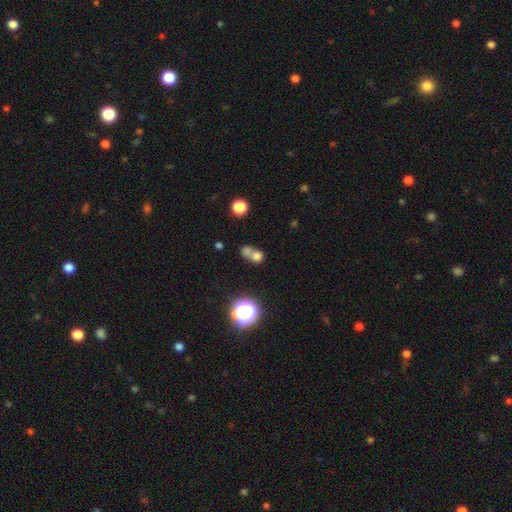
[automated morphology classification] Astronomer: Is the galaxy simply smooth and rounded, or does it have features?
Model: smooth — 69%.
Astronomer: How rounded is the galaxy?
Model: round — 66%.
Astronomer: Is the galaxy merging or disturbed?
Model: merger — 57%.